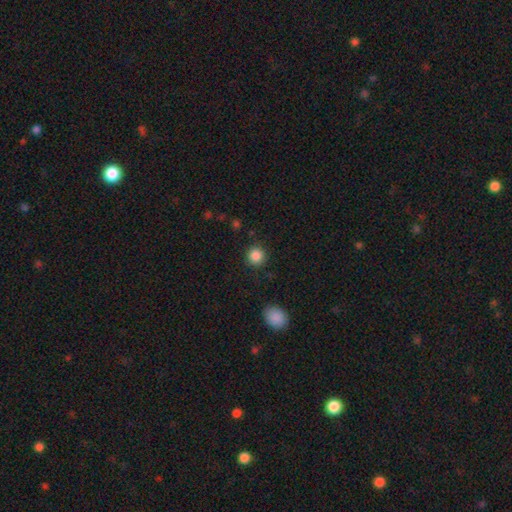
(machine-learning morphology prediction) smooth_or_featured: smooth (p=0.86) [alt: star or artifact p=0.10]
how_rounded: round (p=0.93) [alt: in between p=0.06]
merging: none (p=0.89) [alt: minor disturbance p=0.07]